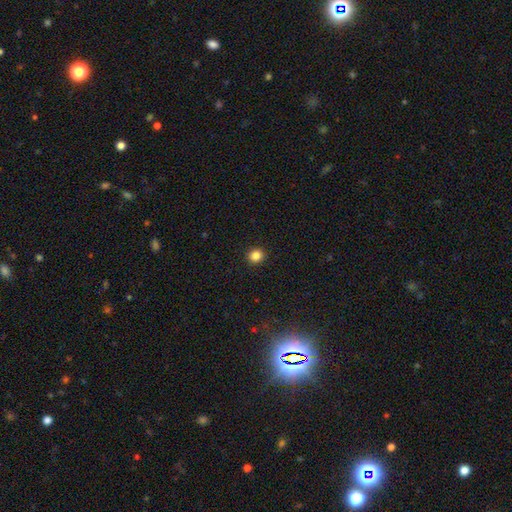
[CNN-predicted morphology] A smooth galaxy with no disk features (84%) that is round (87%). Merging: none (93%).